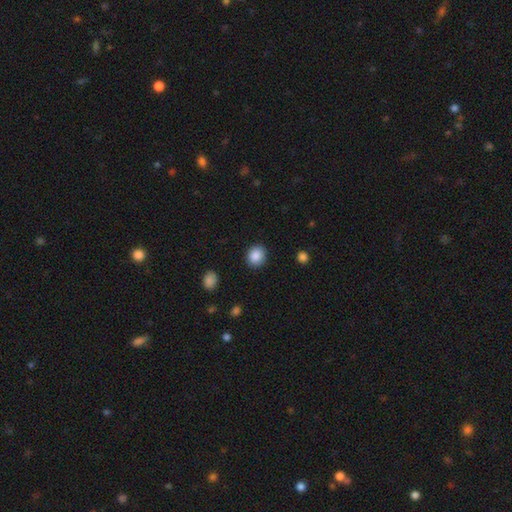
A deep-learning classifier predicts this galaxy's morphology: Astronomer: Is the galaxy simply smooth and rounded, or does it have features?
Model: smooth — 88%.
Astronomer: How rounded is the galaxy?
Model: round — 65%.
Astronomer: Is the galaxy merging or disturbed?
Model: none — 89%.